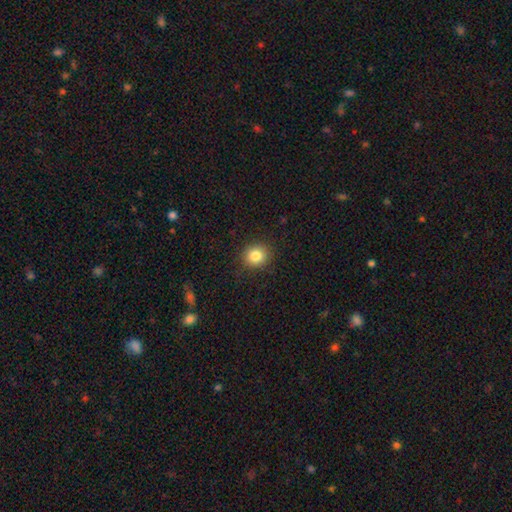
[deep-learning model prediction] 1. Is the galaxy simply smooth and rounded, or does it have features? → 84% smooth, 10% star or artifact, 6% featured or disk.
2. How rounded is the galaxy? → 84% round, 15% in between, 1% cigar-shaped.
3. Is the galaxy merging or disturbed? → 89% none, 7% minor disturbance, 2% major disturbance, 1% merger.